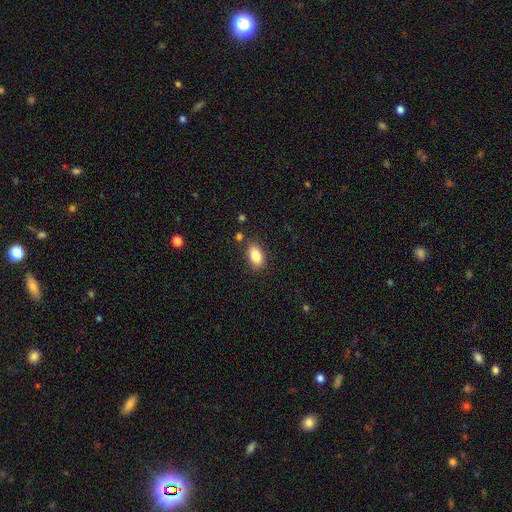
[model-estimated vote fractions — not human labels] Morphology: type=smooth (84%); roundness=in between (91%); merging=none (83%).